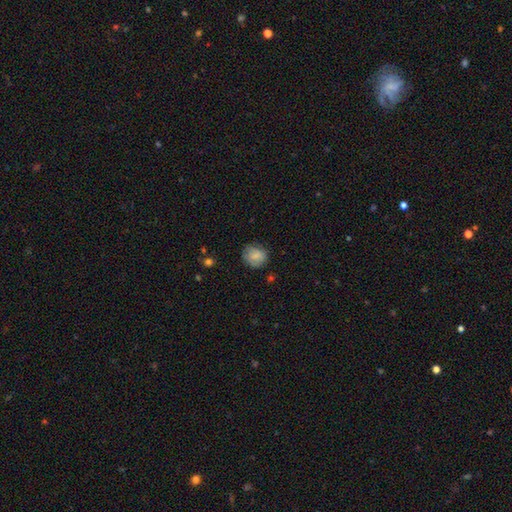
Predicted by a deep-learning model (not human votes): This is likely a smooth galaxy (76%). How rounded: likely round (79%). Merging: likely none (72%).